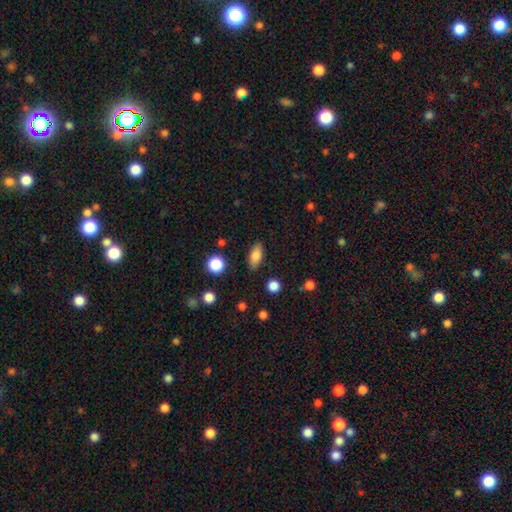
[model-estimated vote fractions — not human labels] A smooth galaxy with no disk features (83%) that is in between round and cigar-shaped (83%).

Vote fractions:
- Smooth or featured? smooth: 83% / star or artifact: 8% / featured or disk: 8%
- How rounded? in between: 83% / cigar-shaped: 12% / round: 5%
- Merging? none: 85% / minor disturbance: 10% / major disturbance: 3% / merger: 2%